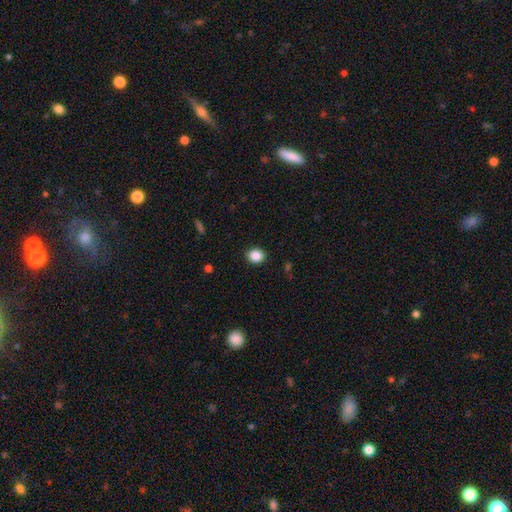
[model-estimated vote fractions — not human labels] This appears to be a smooth galaxy with no disk features (86%) that is round (67%). Merging: none (90%).